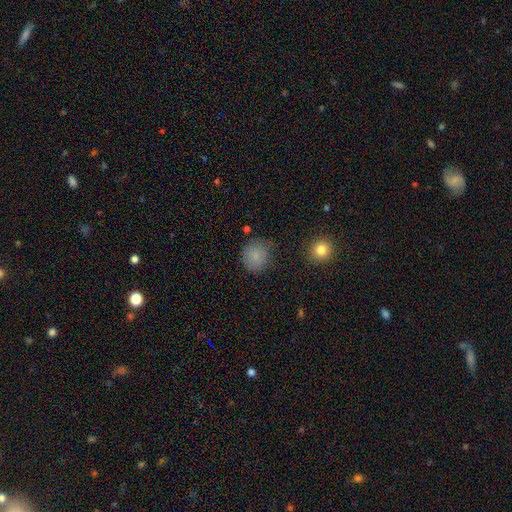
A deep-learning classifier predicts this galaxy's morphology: Smooth or featured? Predicted: smooth (p=0.83). How rounded? Predicted: round (p=0.87). Merging? Predicted: none (p=0.70).